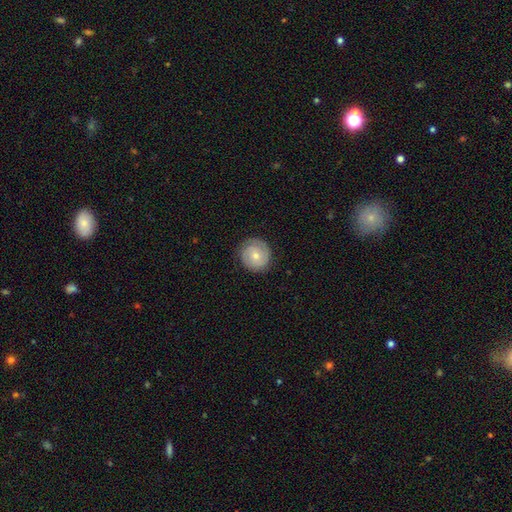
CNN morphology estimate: smooth_or_featured: featured or disk (p=0.58) [alt: smooth p=0.35]
disk_edge_on: no (p=0.97) [alt: yes p=0.03]
bar: no (p=0.72) [alt: weak p=0.24]
has_spiral_arms: yes (p=0.88) [alt: no p=0.12]
bulge_size: small (p=0.55) [alt: moderate p=0.40]
merging: none (p=0.84) [alt: minor disturbance p=0.12]